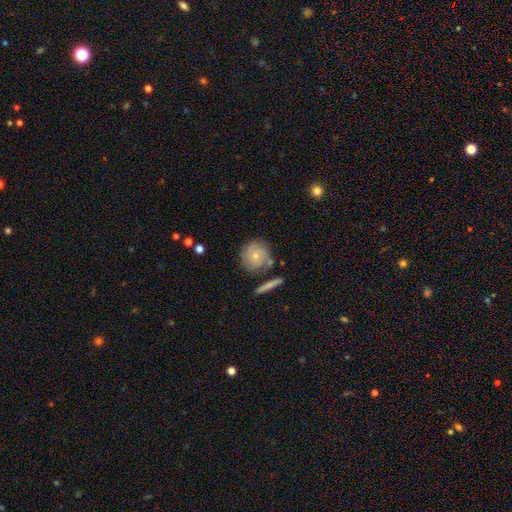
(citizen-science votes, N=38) Volunteers were most divided on "spiral winding": medium: 47%, tight: 42%, loose: 11%. More confident: edge-on disk — no (96%); bar — no (83%); spiral arms — yes (79%); bulge size — small (71%); smooth or featured — featured or disk (66%); merging — none (61%); spiral arm count — 3 (58%).